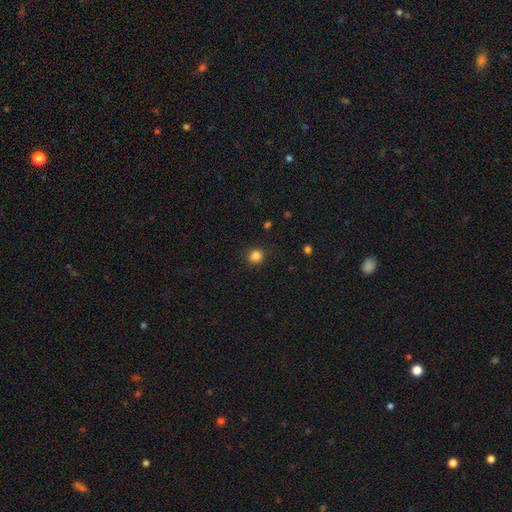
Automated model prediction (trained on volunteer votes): Morphology: type=smooth (85%); roundness=round (88%); merging=none (88%).